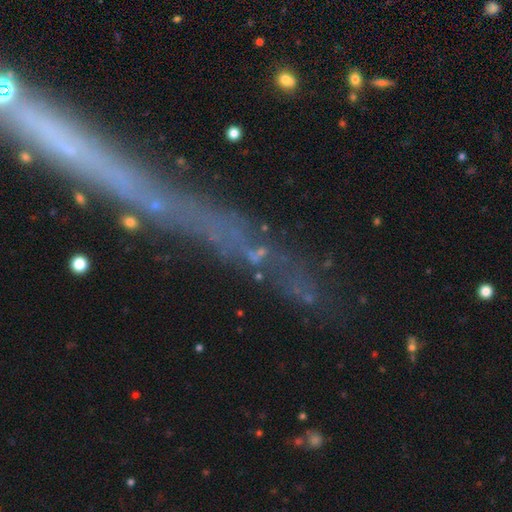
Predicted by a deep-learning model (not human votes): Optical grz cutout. It shows a featured or disk galaxy (37%). Merging: none (44%).